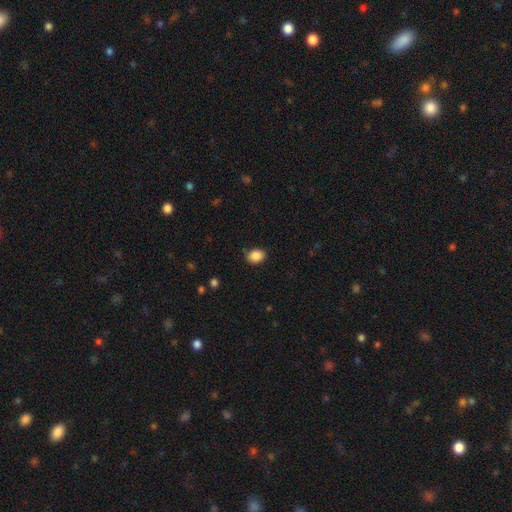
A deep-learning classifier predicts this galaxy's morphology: Smooth or featured: smooth — 88% (star or artifact — 9%)
How rounded: in between — 55% (round — 44%)
Merging: none — 81% (minor disturbance — 15%)